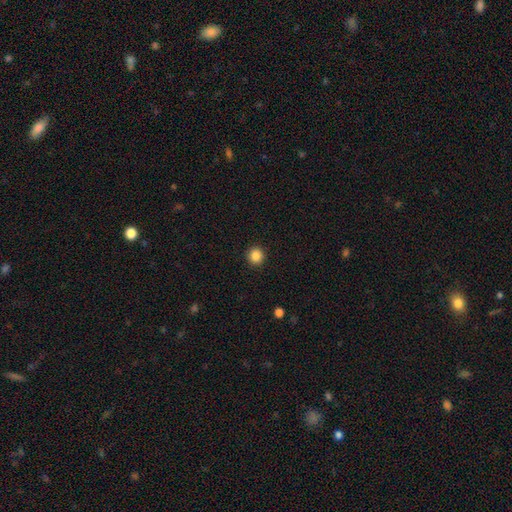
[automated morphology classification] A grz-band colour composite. It shows a smooth galaxy with no disk features (86%) that is round (93%). Merging: none (93%).